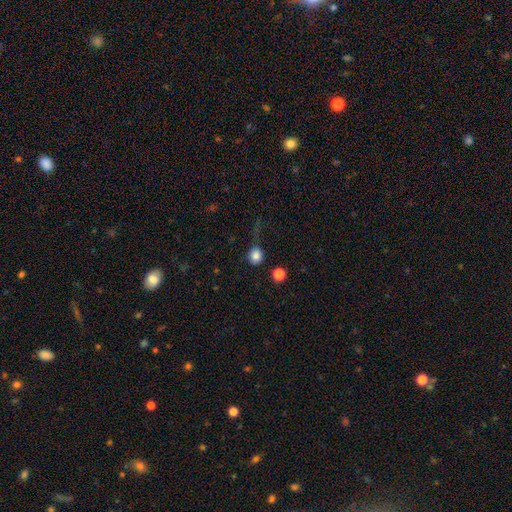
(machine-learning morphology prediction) A smooth galaxy with no disk features (84%) that is round (84%). Merging: none (66%).